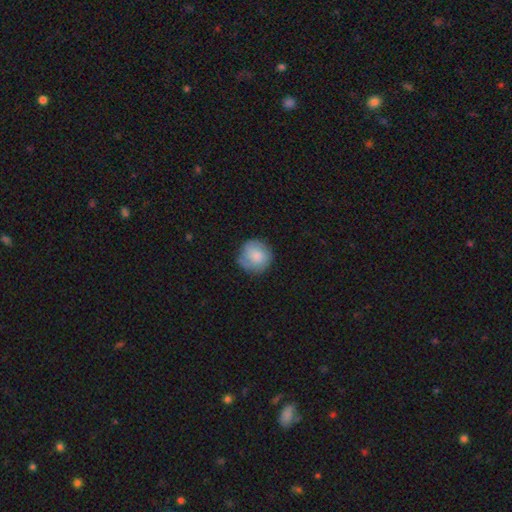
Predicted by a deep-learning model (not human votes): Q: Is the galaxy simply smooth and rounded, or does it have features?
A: smooth — 76%.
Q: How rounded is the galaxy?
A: round — 92%.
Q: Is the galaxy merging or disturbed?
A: none — 73%.